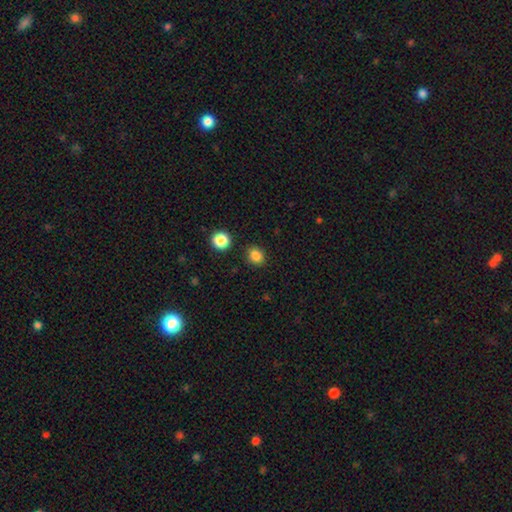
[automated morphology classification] smooth_or_featured: smooth (p=0.85) [alt: star or artifact p=0.12]
how_rounded: round (p=0.75) [alt: in between p=0.24]
merging: none (p=0.88) [alt: minor disturbance p=0.07]